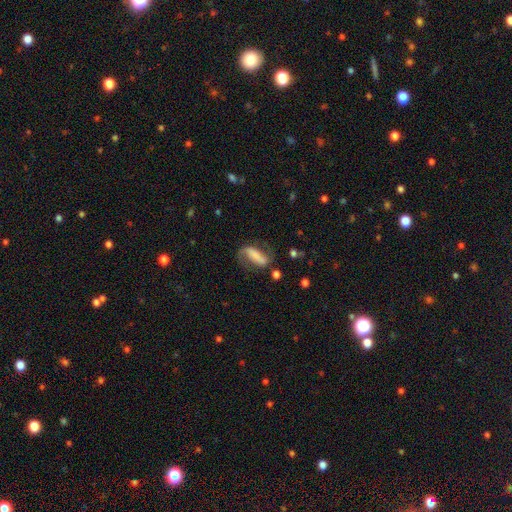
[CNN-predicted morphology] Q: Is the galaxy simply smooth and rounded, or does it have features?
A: featured or disk — 61%.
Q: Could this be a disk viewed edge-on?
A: no — 91%.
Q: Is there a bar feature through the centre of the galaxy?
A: strong — 57%.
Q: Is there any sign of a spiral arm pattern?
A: yes — 87%.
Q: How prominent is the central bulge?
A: none — 49%.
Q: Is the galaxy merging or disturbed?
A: none — 59%.